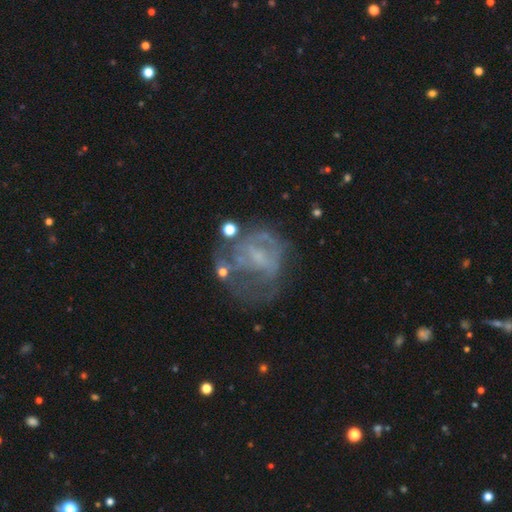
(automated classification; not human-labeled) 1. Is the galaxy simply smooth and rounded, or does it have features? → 66% featured or disk, 20% smooth, 14% star or artifact.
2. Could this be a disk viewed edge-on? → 97% no, 3% yes.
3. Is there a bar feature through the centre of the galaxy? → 57% no, 34% weak, 9% strong.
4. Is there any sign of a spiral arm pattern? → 51% no, 49% yes.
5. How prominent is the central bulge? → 43% none, 39% small, 16% moderate, 2% large, 1% dominant.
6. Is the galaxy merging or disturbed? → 43% none, 30% major disturbance, 19% minor disturbance, 7% merger.